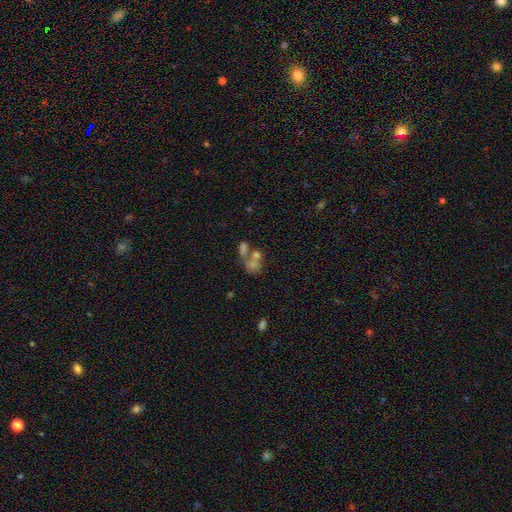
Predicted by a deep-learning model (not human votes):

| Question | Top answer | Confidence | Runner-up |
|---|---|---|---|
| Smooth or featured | smooth | 40% | star or artifact (37%) |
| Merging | none | 42% | merger (38%) |